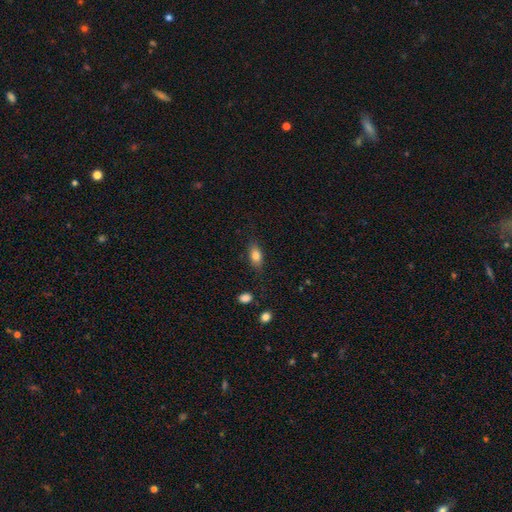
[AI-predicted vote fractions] Smooth or featured? Predicted: smooth (p=0.79). How rounded? Predicted: in between (p=0.82). Merging? Predicted: none (p=0.79).